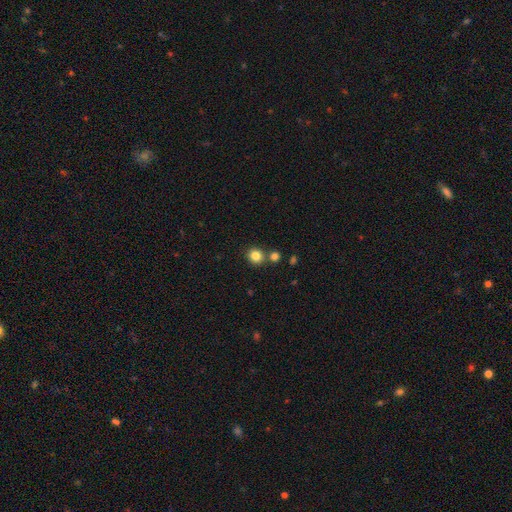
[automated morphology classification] Smooth or featured: smooth — 83% (star or artifact — 12%)
How rounded: round — 86% (in between — 13%)
Merging: none — 74% (merger — 15%)